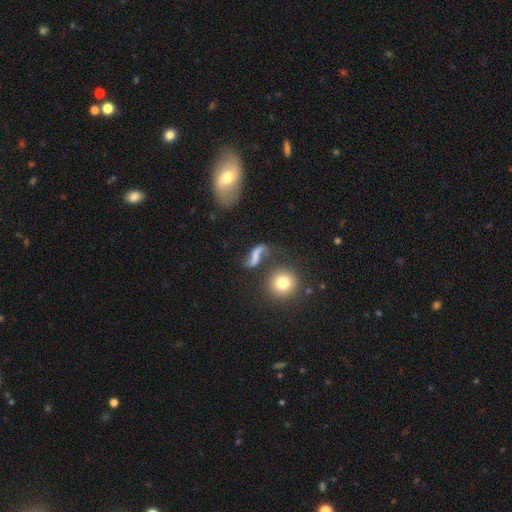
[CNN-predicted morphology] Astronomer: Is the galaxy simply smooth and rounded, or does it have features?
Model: featured or disk — 52% (runner-up: smooth, 35%).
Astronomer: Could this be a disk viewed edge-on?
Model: no — 92%.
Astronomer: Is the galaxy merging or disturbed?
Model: none — 48%.